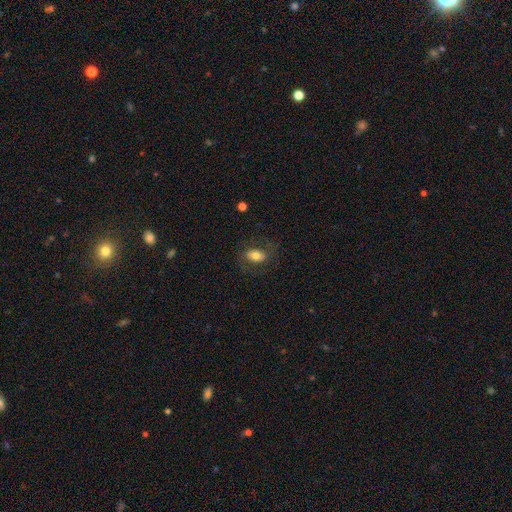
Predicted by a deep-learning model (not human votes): Overall: smooth (65%; featured or disk 27%). How rounded: in between (83%). Merging: none (71%).